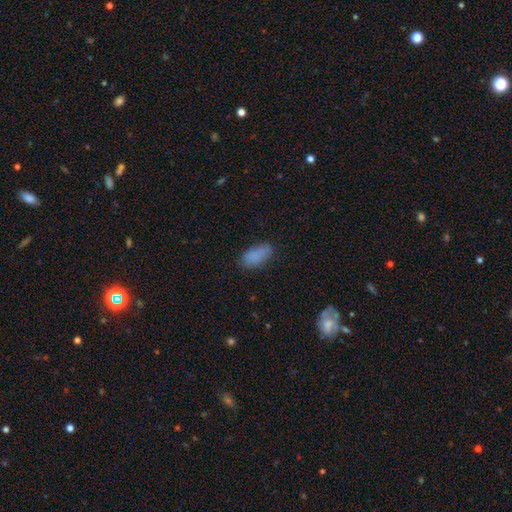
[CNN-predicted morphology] type=smooth (85%); roundness=in between (92%); merging=none (77%).